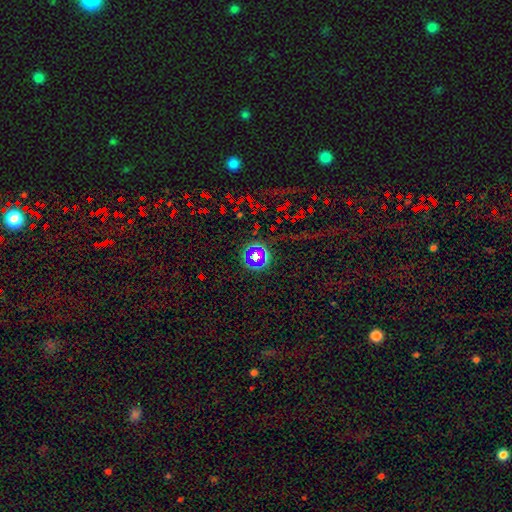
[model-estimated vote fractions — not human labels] Smooth or featured? Predicted: star or artifact (p=0.57).